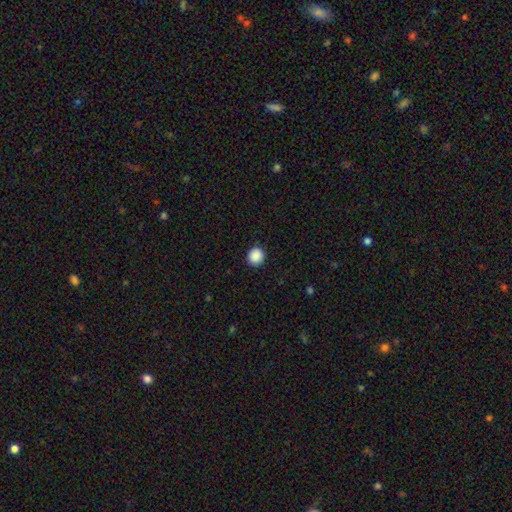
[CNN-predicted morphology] Q: Smooth or featured?
A: smooth (89%); runner-up: star or artifact (9%)
Q: How rounded?
A: round (93%); runner-up: in between (6%)
Q: Merging?
A: none (92%); runner-up: minor disturbance (5%)